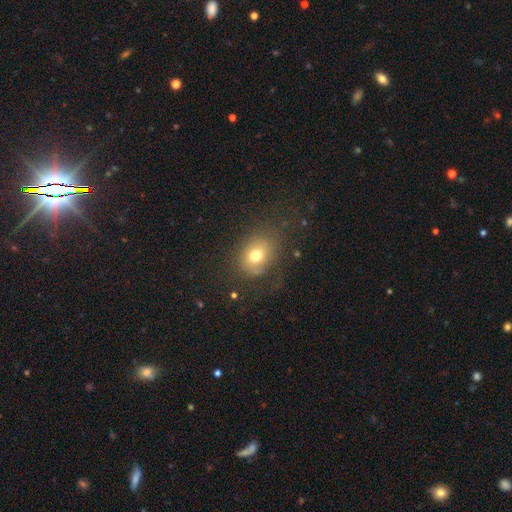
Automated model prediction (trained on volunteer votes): smooth 70%, featured or disk 17%, star or artifact 13%. Down the decision tree: how rounded — in between (53%); merging — none (64%).